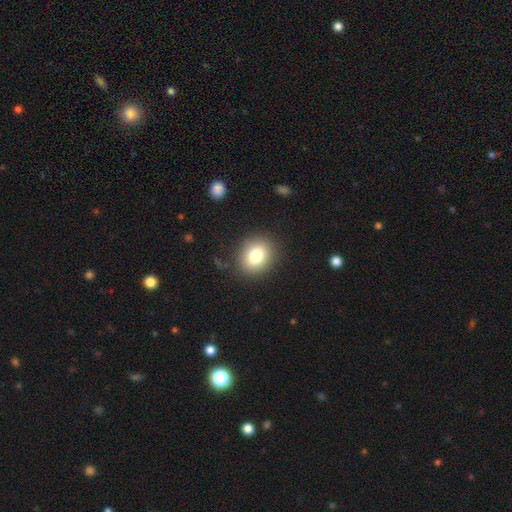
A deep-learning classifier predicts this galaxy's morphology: Q: Smooth or featured?
A: smooth (79%); runner-up: star or artifact (11%)
Q: How rounded?
A: round (64%); runner-up: in between (35%)
Q: Merging?
A: none (87%); runner-up: minor disturbance (9%)